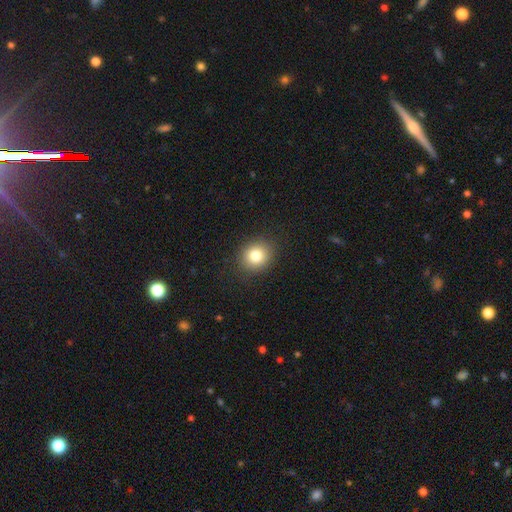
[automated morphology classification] smooth 81%, star or artifact 11%, featured or disk 8%. Down the decision tree: how rounded — round (75%); merging — none (89%).